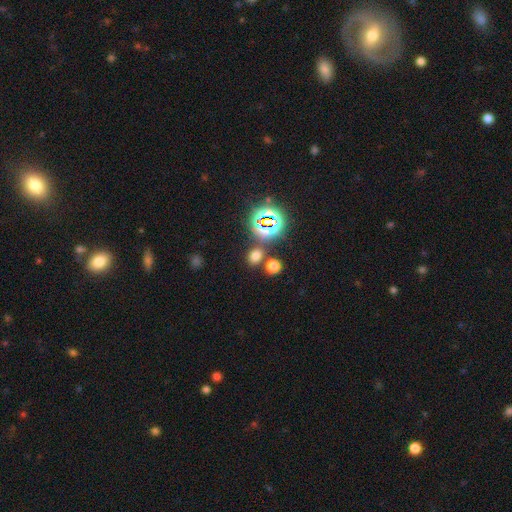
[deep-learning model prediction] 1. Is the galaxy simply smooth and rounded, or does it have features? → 63% smooth, 31% star or artifact, 6% featured or disk.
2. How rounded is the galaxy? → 58% round, 40% in between, 1% cigar-shaped.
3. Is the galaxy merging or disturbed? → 76% none, 12% merger, 8% minor disturbance, 3% major disturbance.